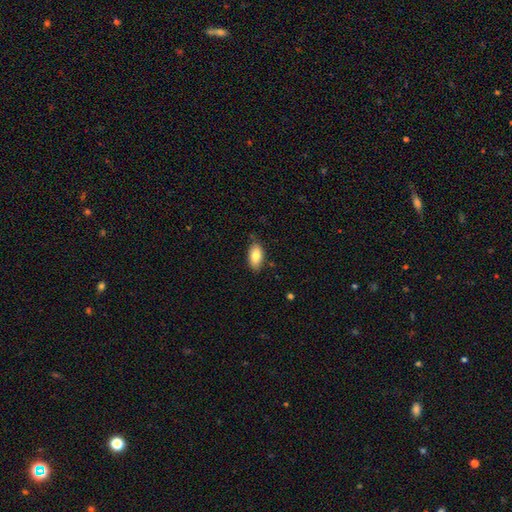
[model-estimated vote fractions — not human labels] smooth-or-featured: smooth: 81% | featured or disk: 12% | star or artifact: 7%
  how-rounded: in between: 93% | cigar-shaped: 4% | round: 3%
  merging: none: 80% | minor disturbance: 16% | major disturbance: 3% | merger: 2%